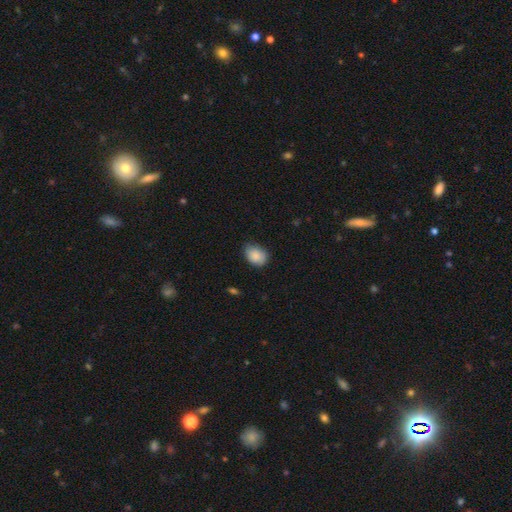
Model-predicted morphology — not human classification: Overall: smooth (87%). How rounded: in between (68%; round 31%). Merging: none (70%).